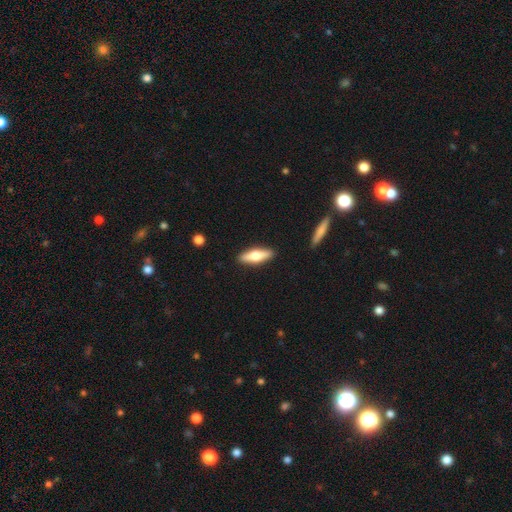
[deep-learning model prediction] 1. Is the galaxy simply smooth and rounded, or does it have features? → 55% smooth, 39% featured or disk, 5% star or artifact.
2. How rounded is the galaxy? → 53% cigar-shaped, 45% in between, 2% round.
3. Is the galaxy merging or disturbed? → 90% none, 7% minor disturbance, 2% major disturbance, 1% merger.